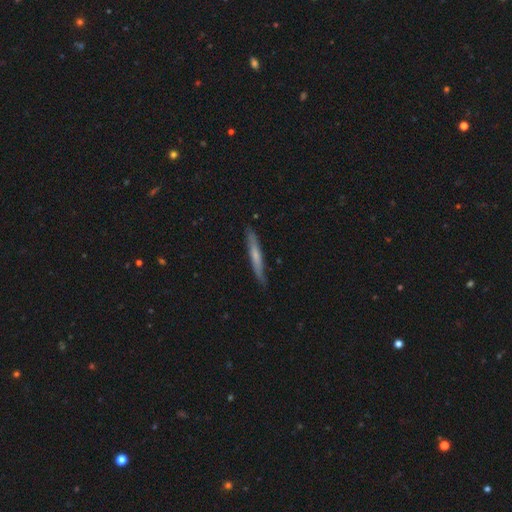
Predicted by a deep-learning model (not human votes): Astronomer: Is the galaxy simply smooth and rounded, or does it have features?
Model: smooth — 51% (runner-up: featured or disk, 43%).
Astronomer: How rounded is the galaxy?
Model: cigar-shaped — 96%.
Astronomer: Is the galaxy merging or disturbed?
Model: none — 85%.